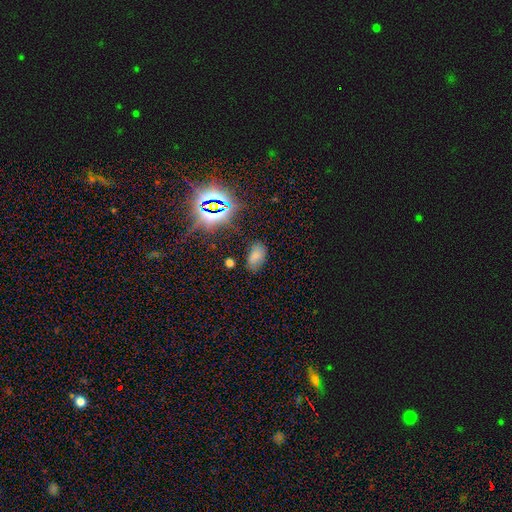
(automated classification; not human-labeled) Smooth or featured: smooth — 68% (star or artifact — 22%)
How rounded: in between — 92% (round — 6%)
Merging: none — 72% (minor disturbance — 19%)